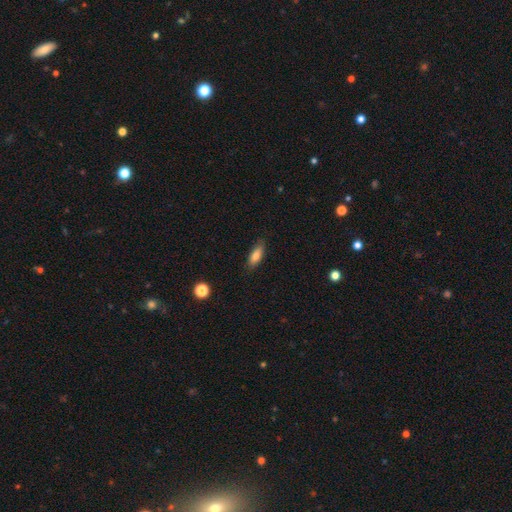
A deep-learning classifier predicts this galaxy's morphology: Smooth or featured: smooth — 78% (featured or disk — 15%)
How rounded: in between — 63% (cigar-shaped — 34%)
Merging: none — 82% (minor disturbance — 14%)